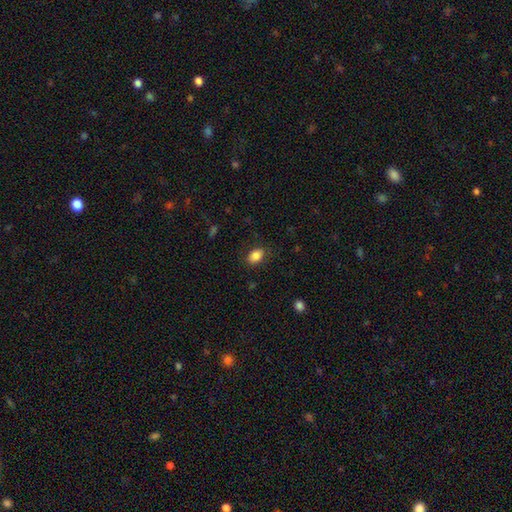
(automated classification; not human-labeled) Morphology: type=smooth (86%); roundness=in between (82%); merging=none (83%).